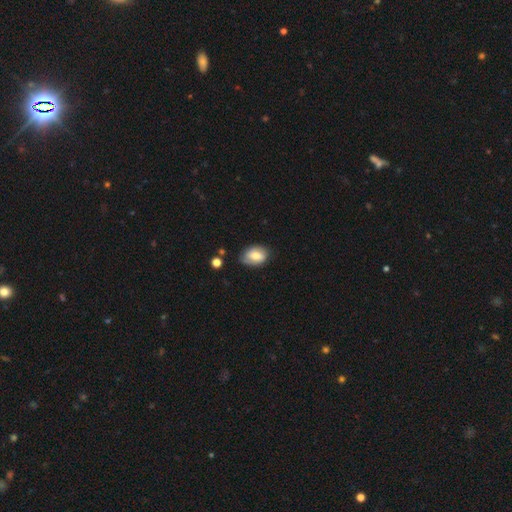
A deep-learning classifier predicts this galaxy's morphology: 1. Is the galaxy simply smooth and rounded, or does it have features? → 72% smooth, 20% featured or disk, 8% star or artifact.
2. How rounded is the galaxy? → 83% in between, 16% round, 1% cigar-shaped.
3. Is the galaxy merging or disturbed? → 75% none, 19% minor disturbance, 4% major disturbance, 2% merger.